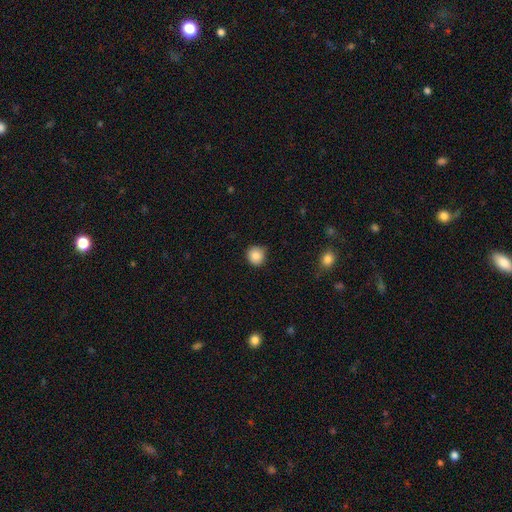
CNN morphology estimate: The model was most divided on "merging": none: 85%, minor disturbance: 12%, major disturbance: 2%, merger: 1%. More confident: how rounded — round (91%); smooth or featured — smooth (86%).